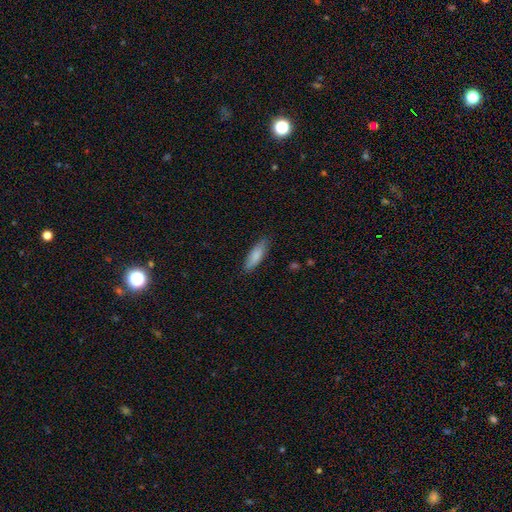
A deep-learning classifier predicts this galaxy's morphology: Overall: smooth (85%). How rounded: in between (55%; cigar-shaped 44%). Merging: none (83%).